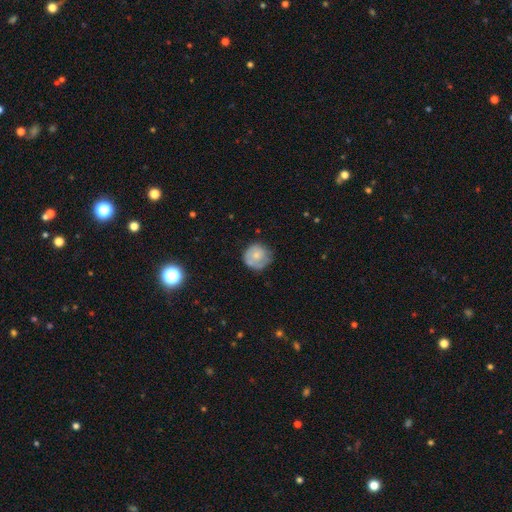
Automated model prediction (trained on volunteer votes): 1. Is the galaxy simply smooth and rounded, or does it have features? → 62% smooth, 30% featured or disk, 7% star or artifact.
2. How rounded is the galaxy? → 89% round, 10% in between, 1% cigar-shaped.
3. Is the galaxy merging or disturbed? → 63% none, 26% minor disturbance, 8% major disturbance, 2% merger.